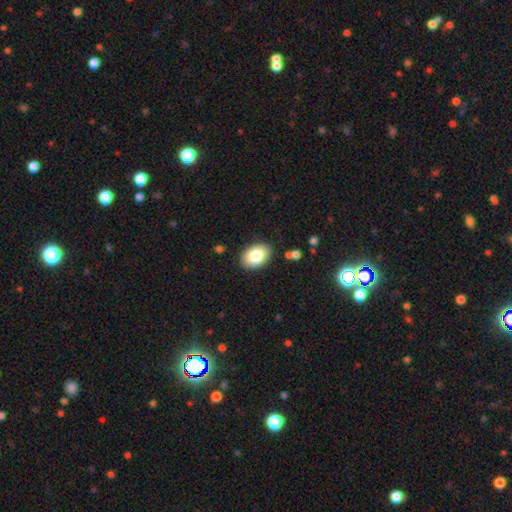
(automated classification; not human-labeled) smooth_or_featured: smooth (p=0.84) [alt: featured or disk p=0.09]
how_rounded: in between (p=0.85) [alt: round p=0.14]
merging: none (p=0.87) [alt: minor disturbance p=0.09]